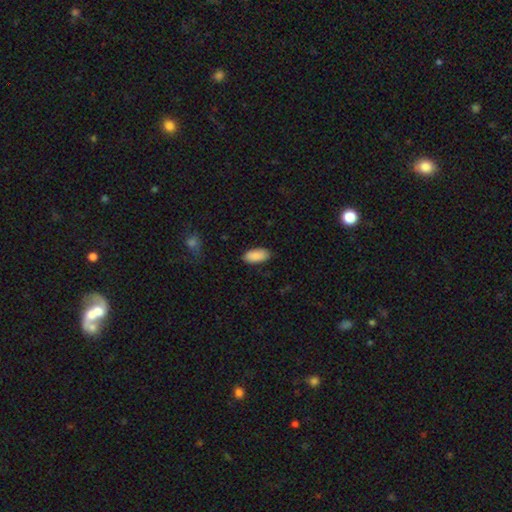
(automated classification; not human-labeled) smooth-or-featured: smooth: 90% | star or artifact: 6% | featured or disk: 4%
  how-rounded: in between: 93% | cigar-shaped: 5% | round: 2%
  merging: none: 85% | minor disturbance: 11% | major disturbance: 2% | merger: 1%